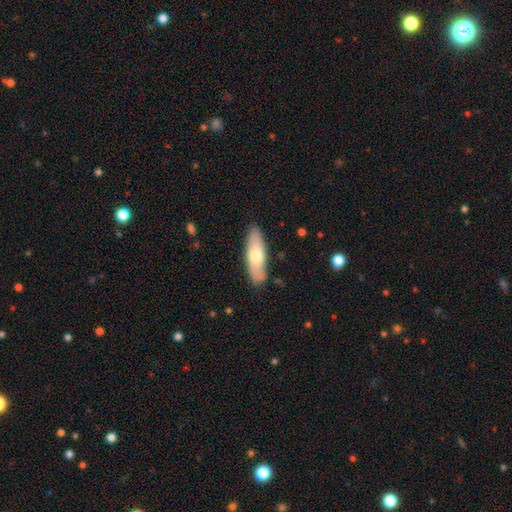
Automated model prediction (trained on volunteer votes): A smooth galaxy with no disk features (63%) that is in between round and cigar-shaped (51%). Merging: none (86%).